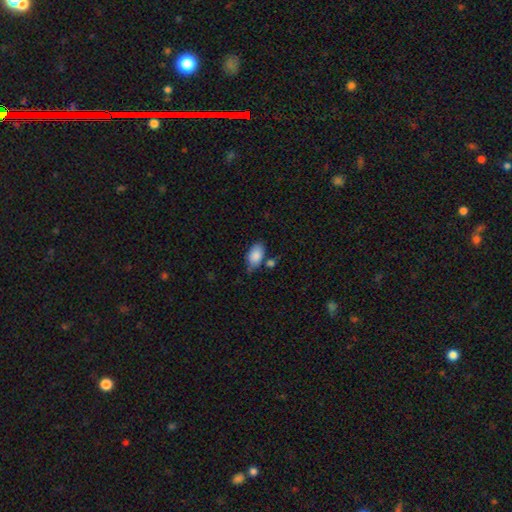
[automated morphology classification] This is clearly a smooth galaxy (86%). How rounded: clearly in between (92%). Merging: possibly none (55%).